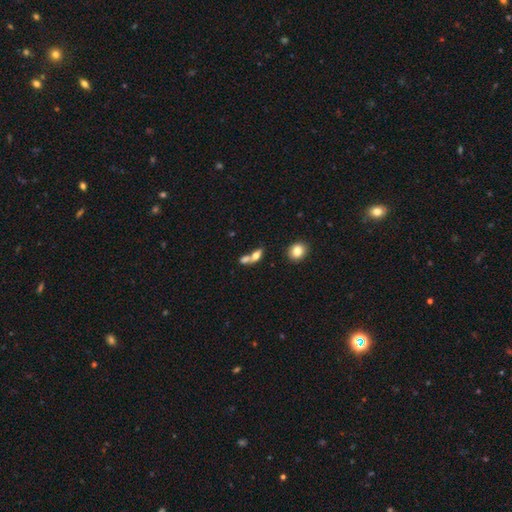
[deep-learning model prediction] Smooth or featured: smooth — 68% (featured or disk — 23%)
How rounded: in between — 65% (round — 18%)
Merging: merger — 58% (none — 29%)